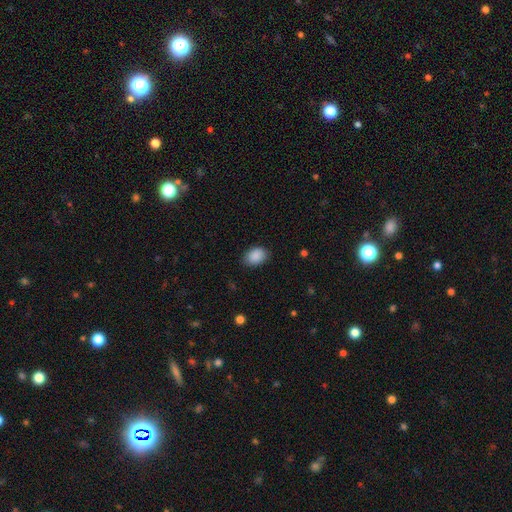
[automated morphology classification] Q: Smooth or featured?
A: smooth (90%); runner-up: star or artifact (7%)
Q: How rounded?
A: in between (77%); runner-up: round (22%)
Q: Merging?
A: none (84%); runner-up: minor disturbance (12%)